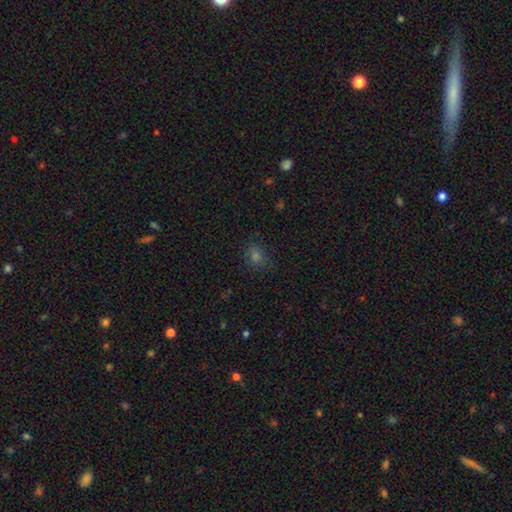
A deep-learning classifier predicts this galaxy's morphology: A smooth galaxy with no disk features (66%) that is round (59%). Merging: none (80%).